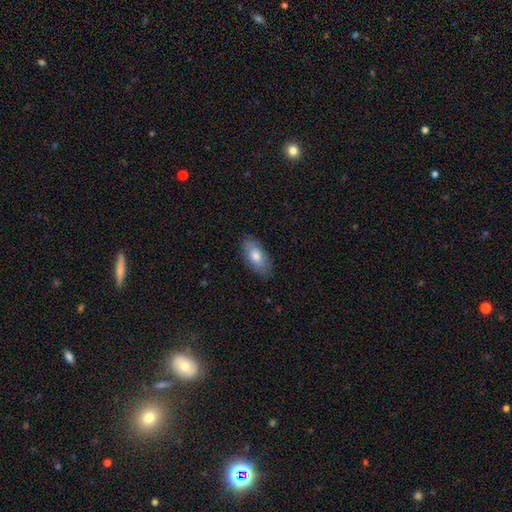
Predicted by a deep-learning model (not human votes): This is likely a smooth galaxy (75%). How rounded: clearly in between (89%). Merging: clearly none (85%).